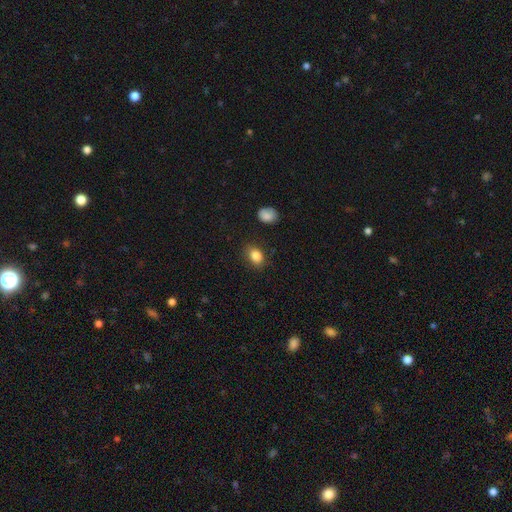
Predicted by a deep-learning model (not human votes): Smooth or featured? Predicted: smooth (p=0.86). How rounded? Predicted: in between (p=0.72). Merging? Predicted: none (p=0.82).